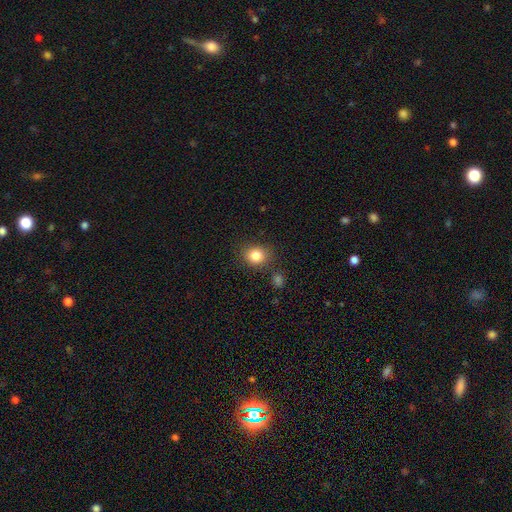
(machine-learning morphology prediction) A smooth galaxy with no disk features (83%) that is round (72%).

Vote fractions:
- Smooth or featured? smooth: 83% / star or artifact: 11% / featured or disk: 6%
- How rounded? round: 72% / in between: 27% / cigar-shaped: 1%
- Merging? none: 82% / minor disturbance: 10% / merger: 5% / major disturbance: 3%